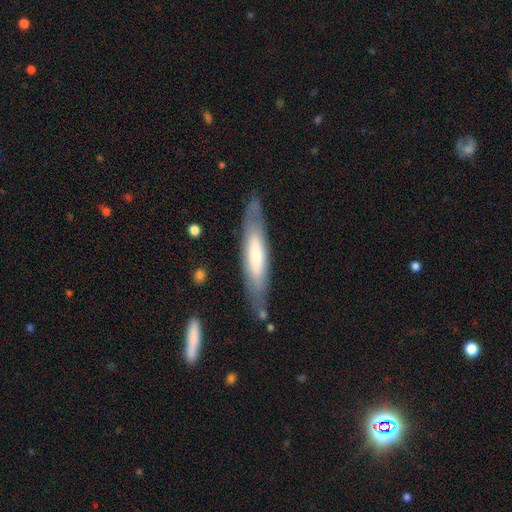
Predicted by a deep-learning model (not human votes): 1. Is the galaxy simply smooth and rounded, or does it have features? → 55% smooth, 39% featured or disk, 5% star or artifact.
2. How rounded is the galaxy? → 78% cigar-shaped, 21% in between, 1% round.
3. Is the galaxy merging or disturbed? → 79% none, 14% minor disturbance, 4% major disturbance, 2% merger.